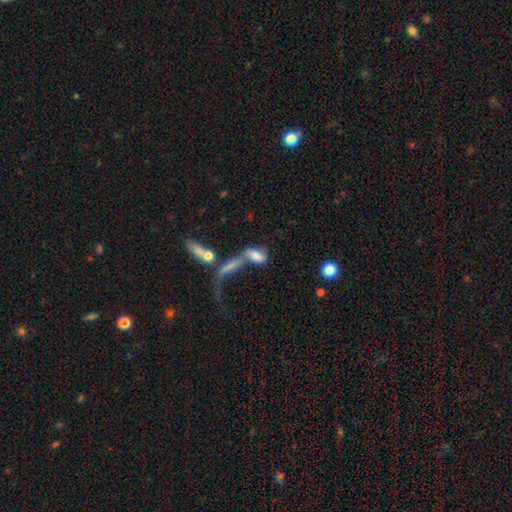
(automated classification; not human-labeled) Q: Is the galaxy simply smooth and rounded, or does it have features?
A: smooth — 60%.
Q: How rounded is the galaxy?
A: in between — 74%.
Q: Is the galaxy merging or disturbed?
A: merger — 56%.